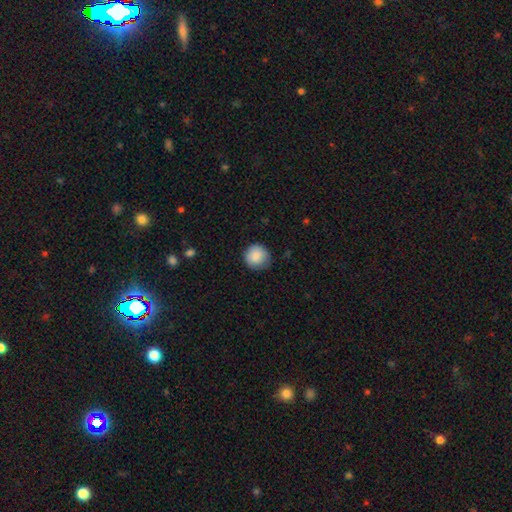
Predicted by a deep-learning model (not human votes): Smooth or featured? Predicted: smooth (p=0.86). How rounded? Predicted: round (p=0.94). Merging? Predicted: none (p=0.80).